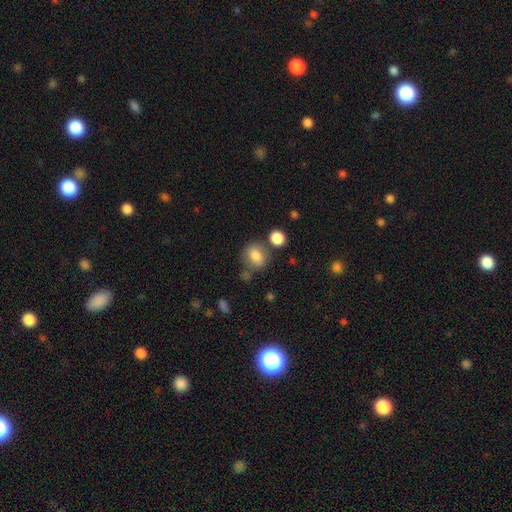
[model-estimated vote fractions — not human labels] smooth-or-featured: smooth: 80% | star or artifact: 10% | featured or disk: 10%
  how-rounded: in between: 53% | round: 45% | cigar-shaped: 2%
  merging: none: 64% | minor disturbance: 16% | merger: 13% | major disturbance: 6%